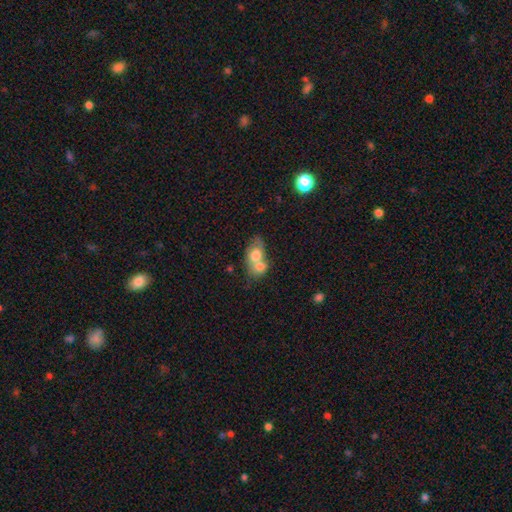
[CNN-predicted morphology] Q: Smooth or featured?
A: smooth (69%); runner-up: featured or disk (24%)
Q: How rounded?
A: in between (68%); runner-up: round (29%)
Q: Merging?
A: merger (71%); runner-up: none (17%)